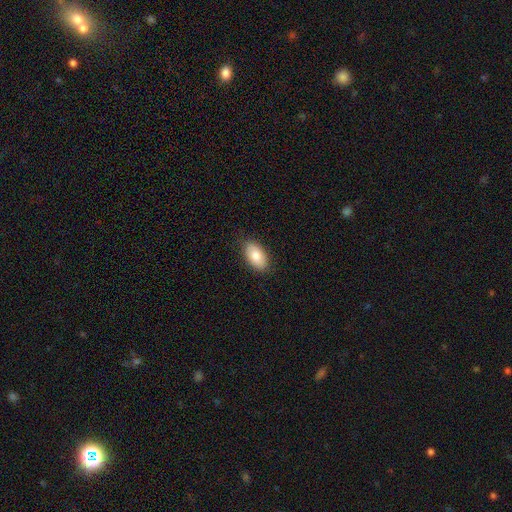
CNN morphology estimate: Smooth or featured?
  - smooth: 83% *
  - featured or disk: 11%
  - star or artifact: 7%
How rounded?
  - in between: 94% *
  - round: 4%
  - cigar-shaped: 2%
Merging?
  - none: 85% *
  - minor disturbance: 12%
  - major disturbance: 2%
  - merger: 1%